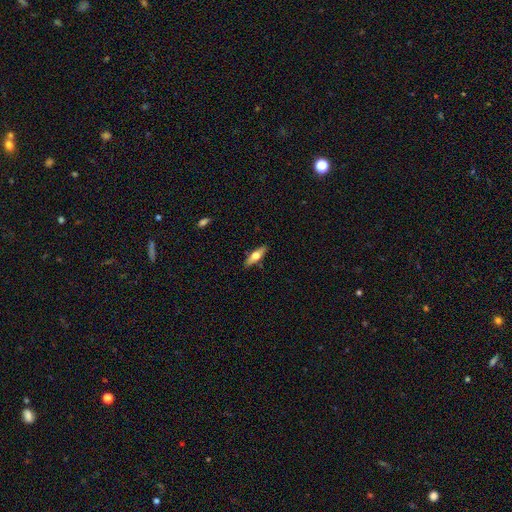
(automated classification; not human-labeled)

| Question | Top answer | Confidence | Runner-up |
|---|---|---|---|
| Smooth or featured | featured or disk | 50% | smooth (44%) |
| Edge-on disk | yes | 90% | no (10%) |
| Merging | none | 87% | minor disturbance (9%) |